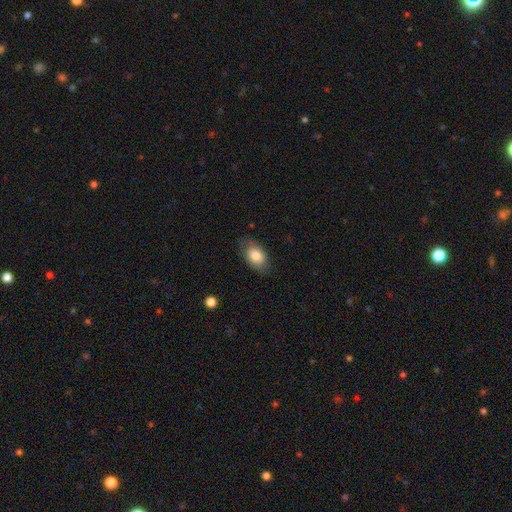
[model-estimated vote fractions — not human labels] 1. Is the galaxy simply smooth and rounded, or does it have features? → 77% smooth, 15% featured or disk, 7% star or artifact.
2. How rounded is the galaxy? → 85% in between, 14% round, 1% cigar-shaped.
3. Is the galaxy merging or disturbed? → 73% none, 20% minor disturbance, 6% major disturbance, 1% merger.